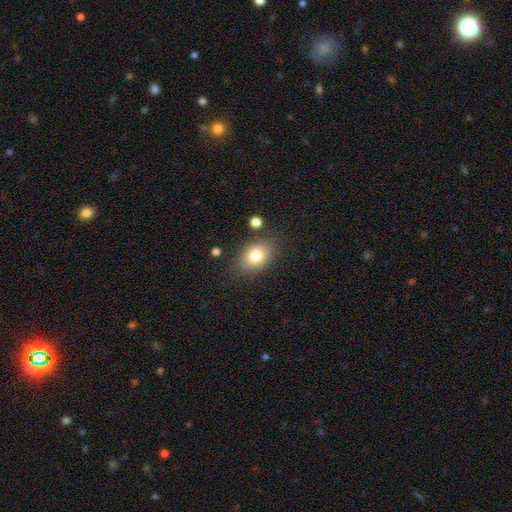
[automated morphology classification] Q: Smooth or featured?
A: smooth (79%); runner-up: featured or disk (11%)
Q: How rounded?
A: in between (76%); runner-up: round (22%)
Q: Merging?
A: none (80%); runner-up: minor disturbance (13%)